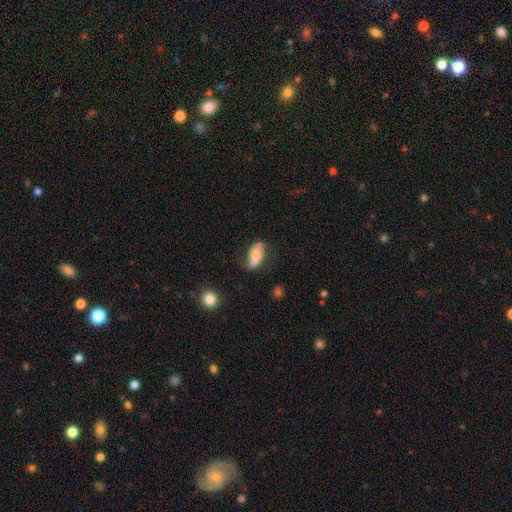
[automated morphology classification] smooth_or_featured: smooth (p=0.74) [alt: featured or disk p=0.19]
how_rounded: in between (p=0.90) [alt: cigar-shaped p=0.07]
merging: none (p=0.58) [alt: minor disturbance p=0.29]